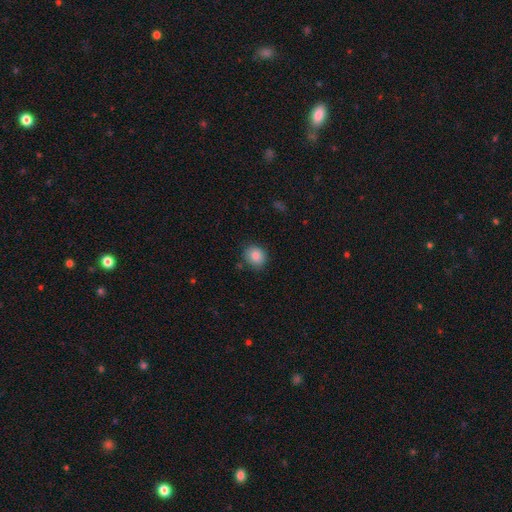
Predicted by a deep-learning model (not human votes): Morphology: type=smooth (87%); roundness=round (77%); merging=none (82%).